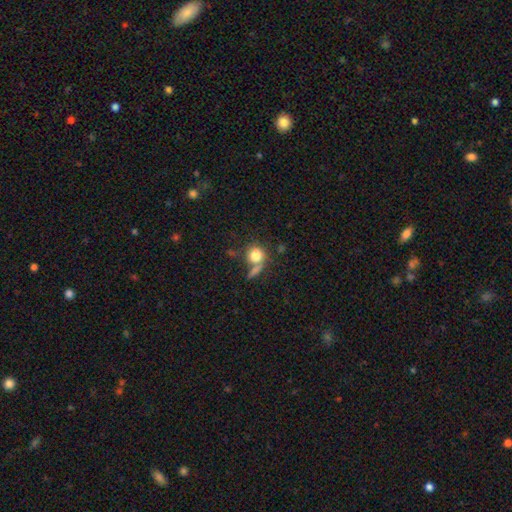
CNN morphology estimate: This is likely a smooth galaxy (78%). How rounded: likely round (78%). Merging: possibly none (48%).